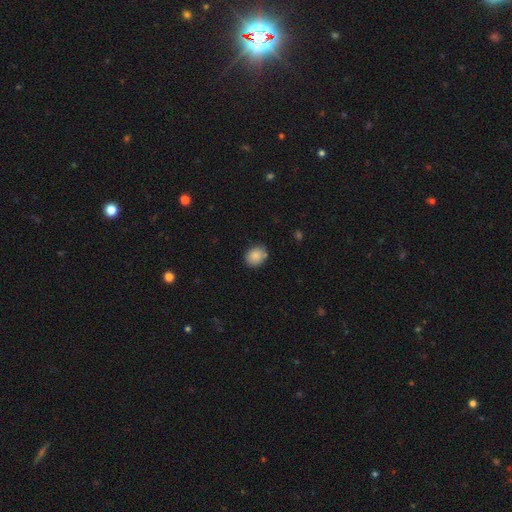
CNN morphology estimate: The model was most divided on "how rounded": round: 60%, in between: 39%, cigar-shaped: 1%. More confident: smooth or featured — smooth (86%); merging — none (81%).